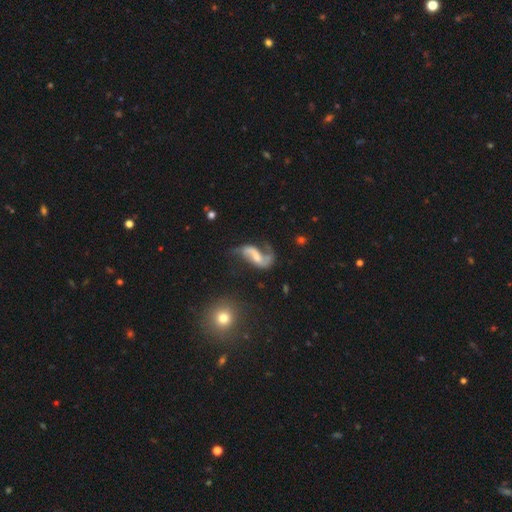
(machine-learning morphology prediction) Overall: featured or disk (82%). Edge-on disk: no (97%). Bar: weak (44%; no 29%). Spiral arms: yes (92%). Spiral arm count: 2 (85%). Spiral winding: loose (72%). Bulge size: small (38%; moderate 29%). Merging: none (44%; major disturbance 29%).